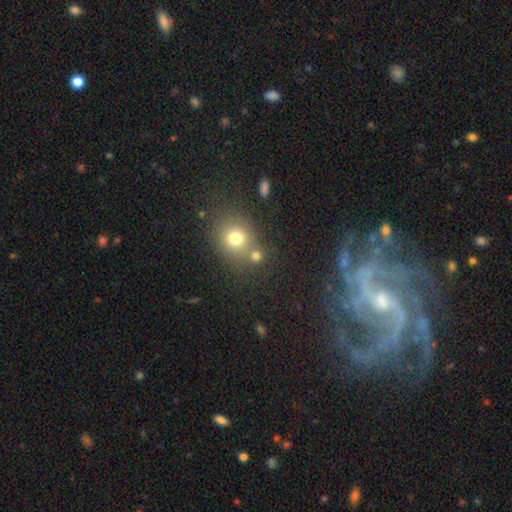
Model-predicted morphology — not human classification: smooth_or_featured: smooth (p=0.73) [alt: star or artifact p=0.18]
how_rounded: round (p=0.82) [alt: in between p=0.16]
merging: none (p=0.60) [alt: merger p=0.28]